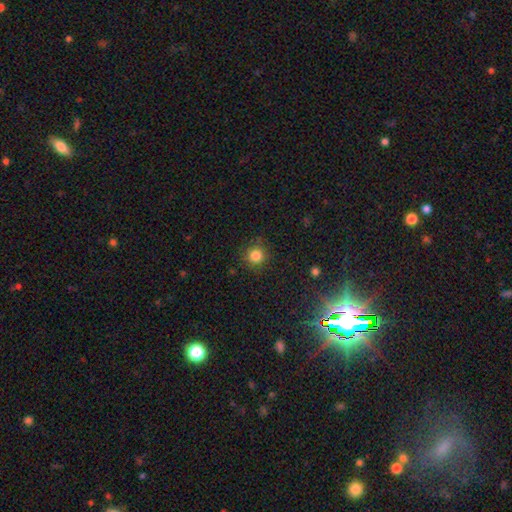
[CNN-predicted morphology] Q: Smooth or featured?
A: smooth (83%); runner-up: star or artifact (12%)
Q: How rounded?
A: round (93%); runner-up: in between (6%)
Q: Merging?
A: none (87%); runner-up: minor disturbance (9%)